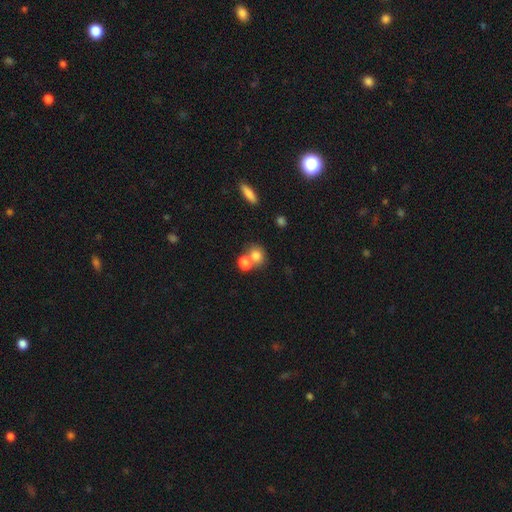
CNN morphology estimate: Smooth or featured: smooth — 77% (star or artifact — 12%)
How rounded: round — 71% (in between — 27%)
Merging: none — 44% (tied with merger — 44%)